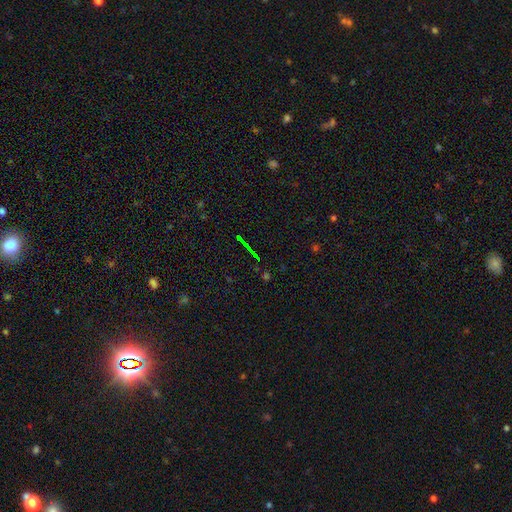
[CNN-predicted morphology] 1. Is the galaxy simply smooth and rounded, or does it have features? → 70% star or artifact, 15% smooth, 15% featured or disk.